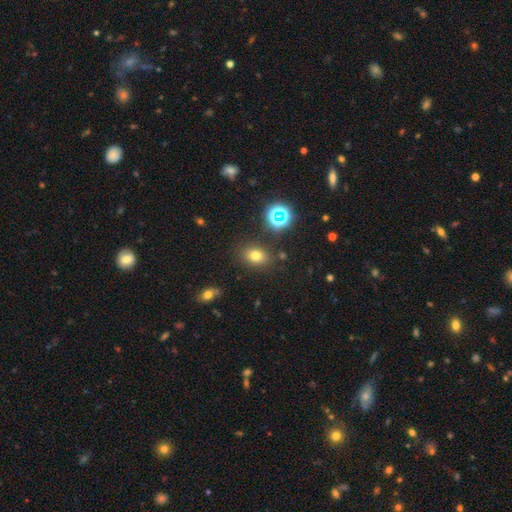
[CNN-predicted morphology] Smooth or featured?
  - smooth: 71% *
  - star or artifact: 20%
  - featured or disk: 9%
How rounded?
  - in between: 63% *
  - round: 35%
  - cigar-shaped: 1%
Merging?
  - none: 83% *
  - minor disturbance: 10%
  - major disturbance: 4%
  - merger: 4%